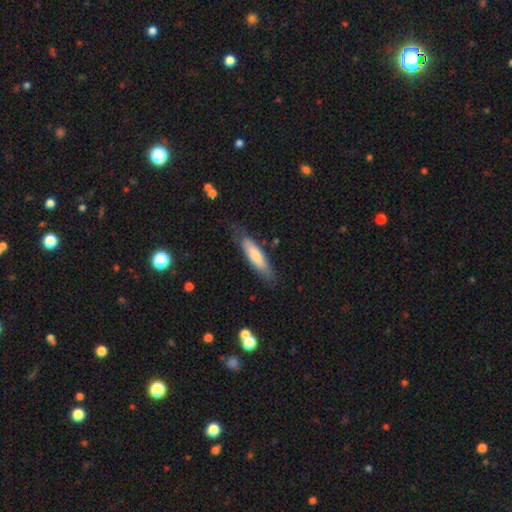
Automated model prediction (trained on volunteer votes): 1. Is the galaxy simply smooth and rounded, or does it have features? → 74% smooth, 20% featured or disk, 6% star or artifact.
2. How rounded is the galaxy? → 66% cigar-shaped, 32% in between, 1% round.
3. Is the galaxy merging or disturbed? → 73% none, 20% minor disturbance, 5% major disturbance, 2% merger.